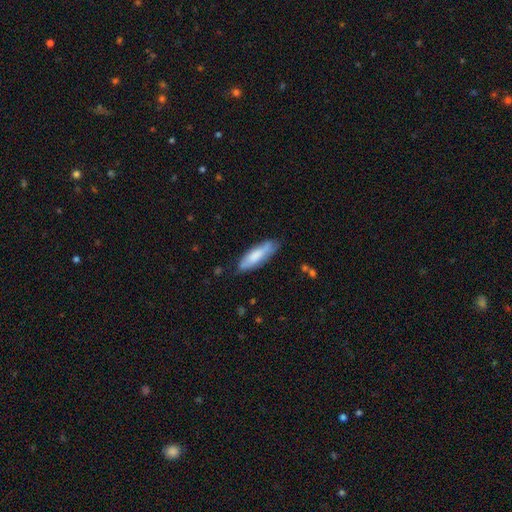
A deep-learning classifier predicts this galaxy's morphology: Smooth or featured: smooth — 72% (featured or disk — 22%)
How rounded: cigar-shaped — 57% (in between — 41%)
Merging: none — 73% (minor disturbance — 21%)